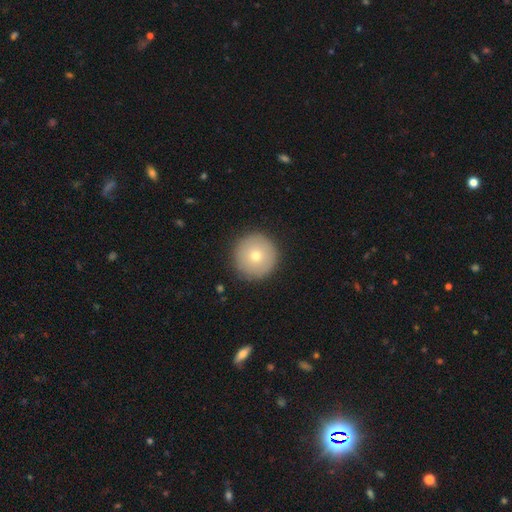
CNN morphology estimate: The model was most divided on "smooth or featured": smooth: 72%, featured or disk: 19%, star or artifact: 9%. More confident: how rounded — round (96%); merging — none (90%).